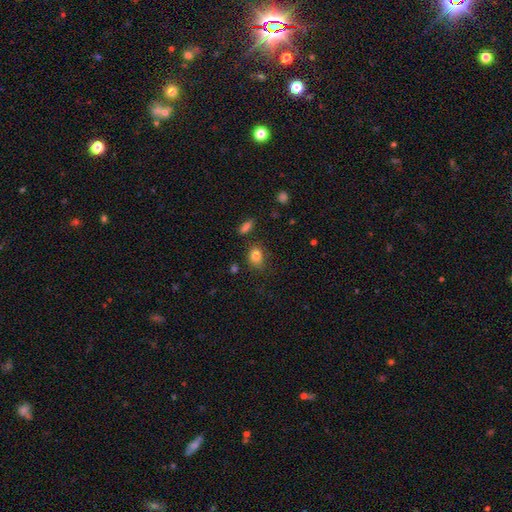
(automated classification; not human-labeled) smooth_or_featured: smooth (p=0.83) [alt: star or artifact p=0.10]
how_rounded: in between (p=0.67) [alt: round p=0.32]
merging: none (p=0.68) [alt: minor disturbance p=0.20]